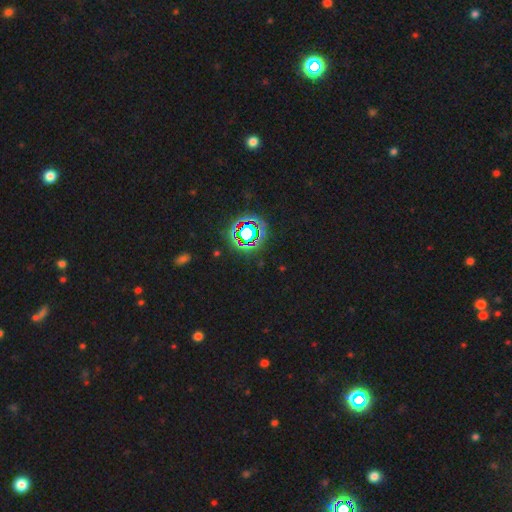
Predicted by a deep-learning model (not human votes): A star or artifact, not a galaxy (78%).

Vote fractions:
- Smooth or featured? star or artifact: 78% / smooth: 13% / featured or disk: 8%